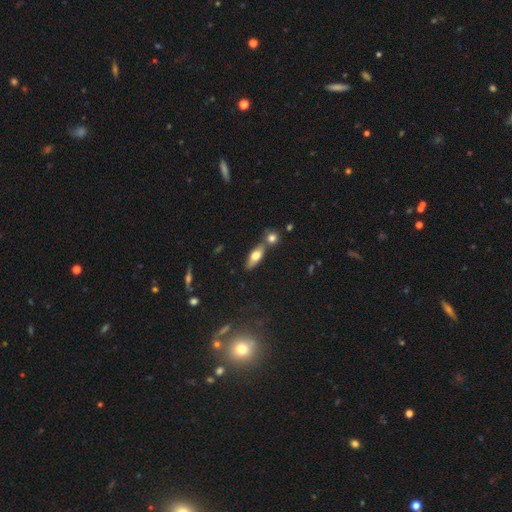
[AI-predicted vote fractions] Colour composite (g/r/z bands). It shows a smooth galaxy with no disk features (62%) that is in between round and cigar-shaped (66%). Merging: none (61%).